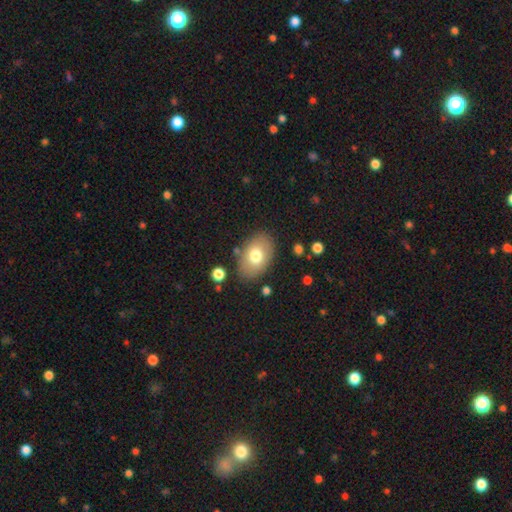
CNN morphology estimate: A smooth galaxy with no disk features (72%) that is in between round and cigar-shaped (85%).

Vote fractions:
- Smooth or featured? smooth: 72% / featured or disk: 20% / star or artifact: 8%
- How rounded? in between: 85% / round: 14% / cigar-shaped: 1%
- Merging? none: 82% / minor disturbance: 12% / major disturbance: 4% / merger: 3%